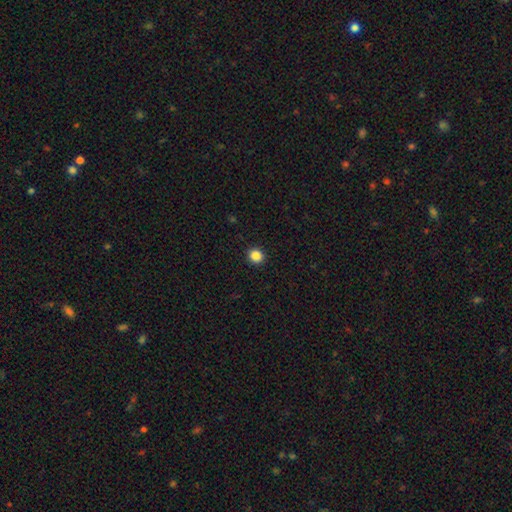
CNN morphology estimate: This is clearly a smooth galaxy (86%). How rounded: clearly round (88%). Merging: clearly none (93%).